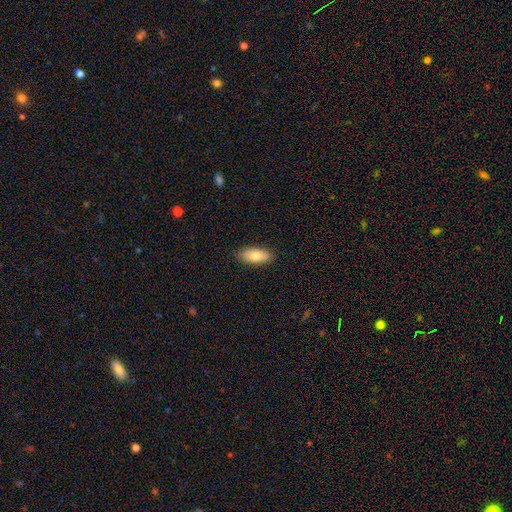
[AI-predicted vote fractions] Morphology: type=smooth (76%); roundness=in between (86%); merging=none (88%).